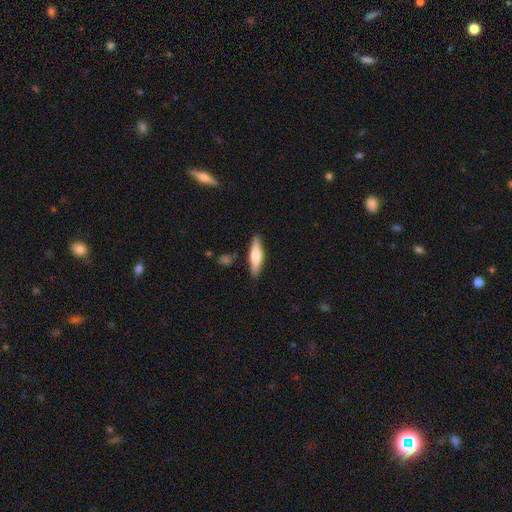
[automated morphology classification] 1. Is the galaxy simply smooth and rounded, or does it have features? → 55% smooth, 40% featured or disk, 6% star or artifact.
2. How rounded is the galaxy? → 67% cigar-shaped, 31% in between, 2% round.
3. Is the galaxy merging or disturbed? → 86% none, 10% minor disturbance, 2% merger, 2% major disturbance.